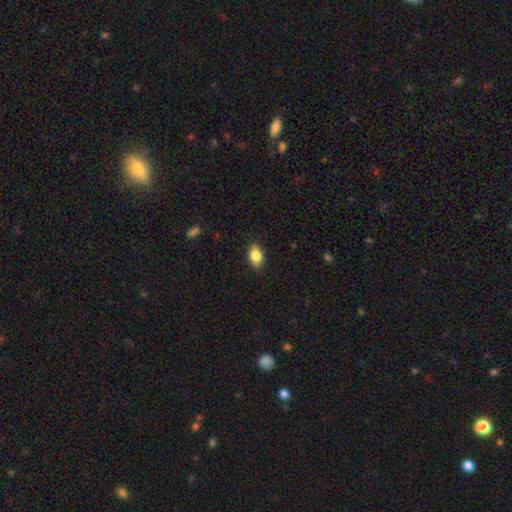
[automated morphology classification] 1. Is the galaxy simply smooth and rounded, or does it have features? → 83% smooth, 9% featured or disk, 8% star or artifact.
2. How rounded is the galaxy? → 86% in between, 11% round, 3% cigar-shaped.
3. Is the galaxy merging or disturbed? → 86% none, 11% minor disturbance, 2% major disturbance, 1% merger.